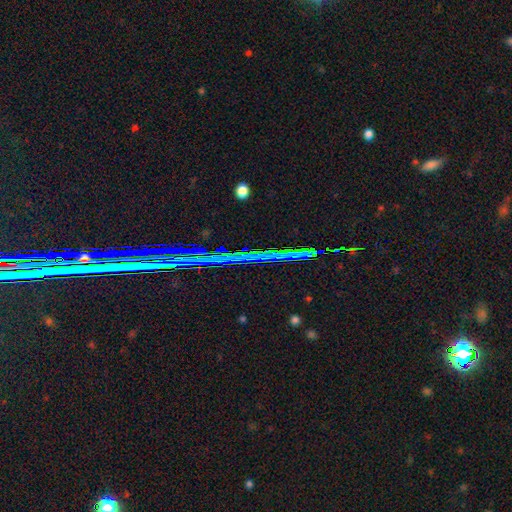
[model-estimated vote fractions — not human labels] Smooth or featured? star or artifact (67%)